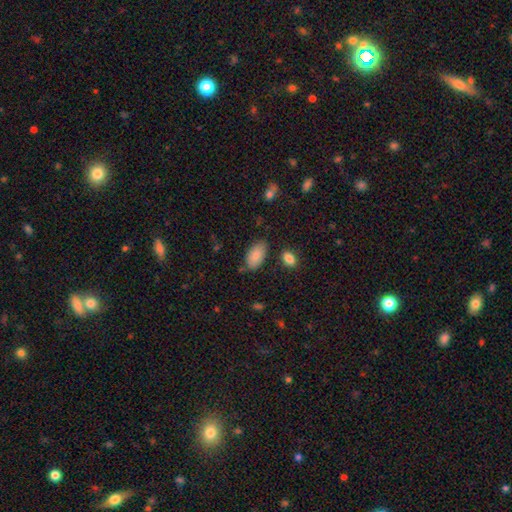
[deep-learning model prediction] Smooth or featured?
  - smooth: 86% *
  - featured or disk: 7%
  - star or artifact: 7%
How rounded?
  - in between: 95% *
  - round: 3%
  - cigar-shaped: 3%
Merging?
  - none: 76% *
  - minor disturbance: 16%
  - merger: 4%
  - major disturbance: 4%